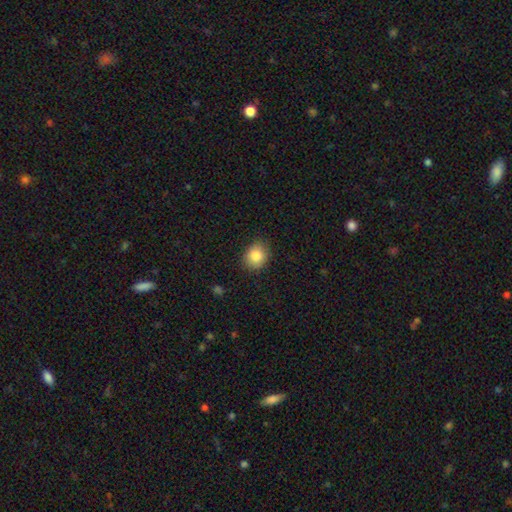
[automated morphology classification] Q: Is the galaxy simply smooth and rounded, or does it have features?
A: smooth — 84%.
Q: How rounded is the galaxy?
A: round — 64%.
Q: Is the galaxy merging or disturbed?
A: none — 83%.